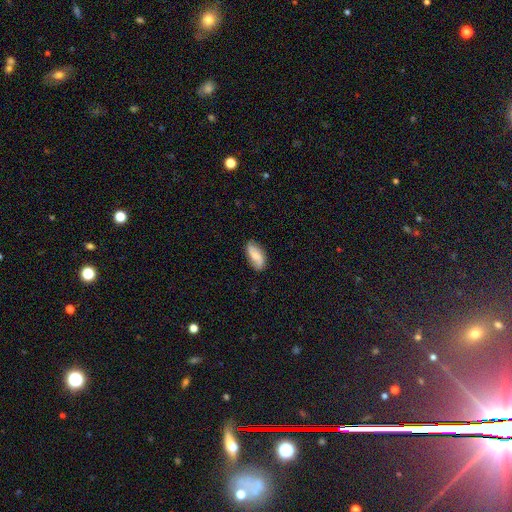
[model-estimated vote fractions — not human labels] This is possibly a smooth galaxy (54%). How rounded: clearly in between (89%). Merging: likely none (80%).